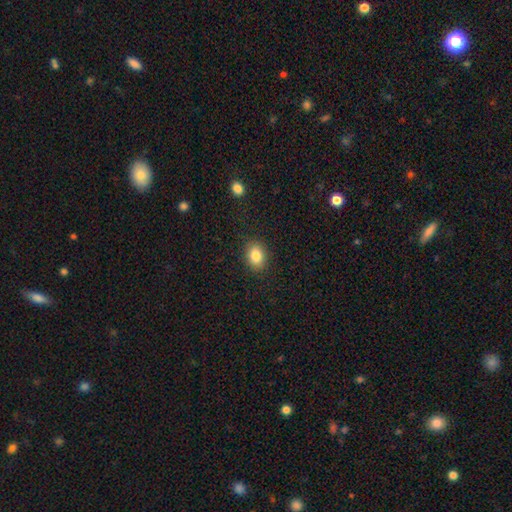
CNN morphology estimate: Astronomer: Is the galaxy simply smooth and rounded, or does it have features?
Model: smooth — 85%.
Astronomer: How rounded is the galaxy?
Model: in between — 63%.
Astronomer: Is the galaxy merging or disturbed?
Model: none — 88%.